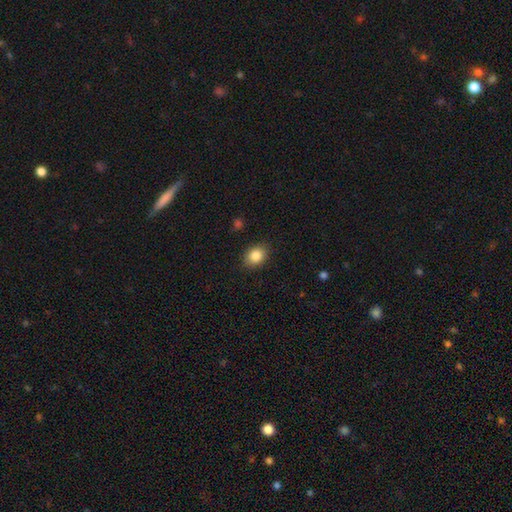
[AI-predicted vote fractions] Smooth or featured?
  - smooth: 86% *
  - star or artifact: 9%
  - featured or disk: 6%
How rounded?
  - in between: 56% *
  - round: 43%
  - cigar-shaped: 1%
Merging?
  - none: 86% *
  - minor disturbance: 10%
  - major disturbance: 3%
  - merger: 1%